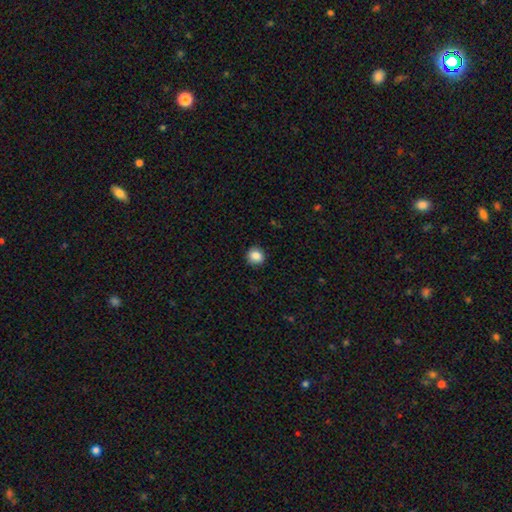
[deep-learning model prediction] Smooth or featured?
  - smooth: 86% *
  - star or artifact: 9%
  - featured or disk: 5%
How rounded?
  - round: 85% *
  - in between: 14%
  - cigar-shaped: 1%
Merging?
  - none: 89% *
  - minor disturbance: 8%
  - major disturbance: 2%
  - merger: 1%